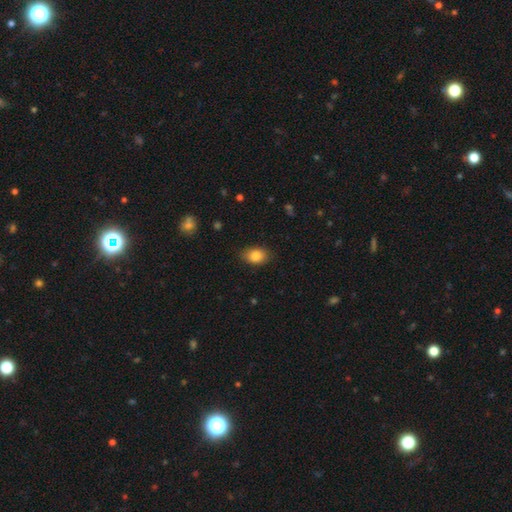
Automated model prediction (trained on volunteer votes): This is clearly a smooth galaxy (85%). How rounded: clearly in between (81%). Merging: clearly none (82%).